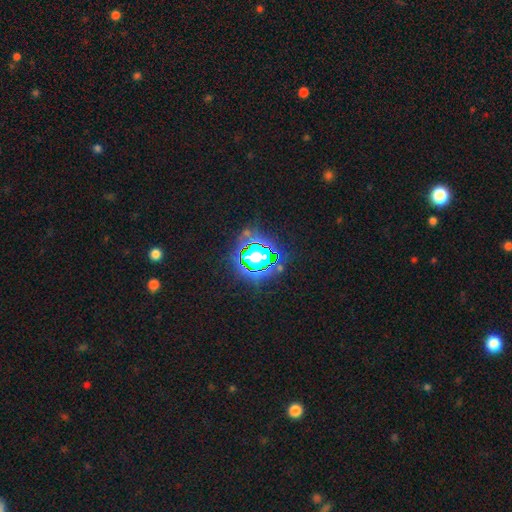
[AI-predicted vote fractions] The model was most divided on "smooth or featured": star or artifact: 82%, smooth: 11%, featured or disk: 7%.